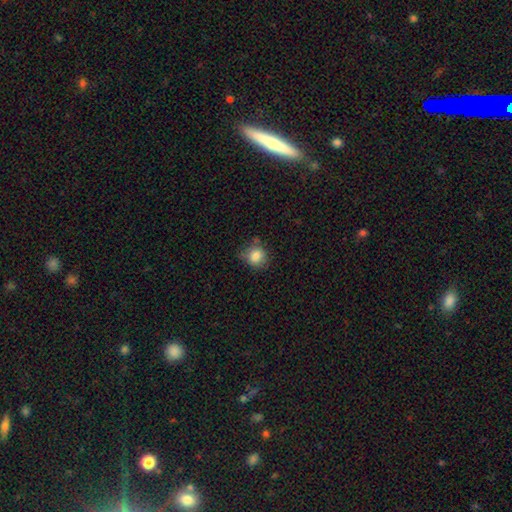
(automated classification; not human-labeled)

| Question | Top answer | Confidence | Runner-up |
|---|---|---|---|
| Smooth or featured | smooth | 84% | star or artifact (10%) |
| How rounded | round | 77% | in between (22%) |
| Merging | none | 65% | minor disturbance (25%) |